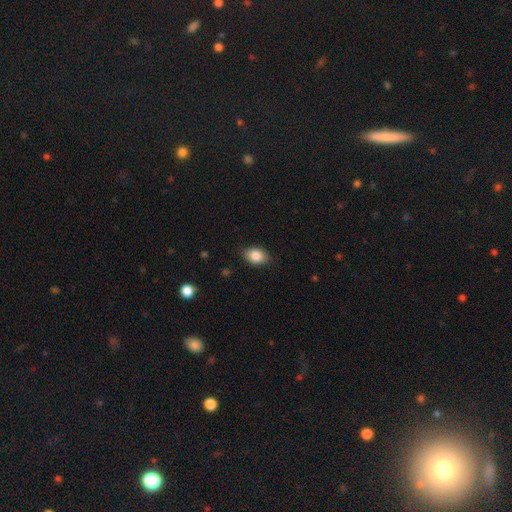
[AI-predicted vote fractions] A smooth galaxy with no disk features (86%) that is in between round and cigar-shaped (80%). Merging: none (83%).